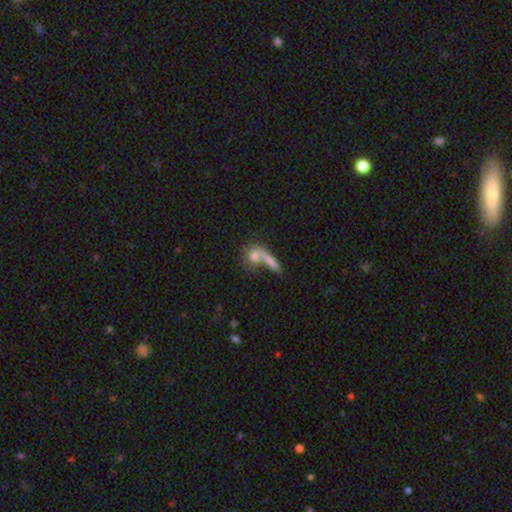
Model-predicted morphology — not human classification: smooth-or-featured: smooth: 71% | featured or disk: 18% | star or artifact: 11%
  how-rounded: round: 47% | in between: 30% | cigar-shaped: 23%
  merging: none: 42% | merger: 41% | minor disturbance: 9% | major disturbance: 7%